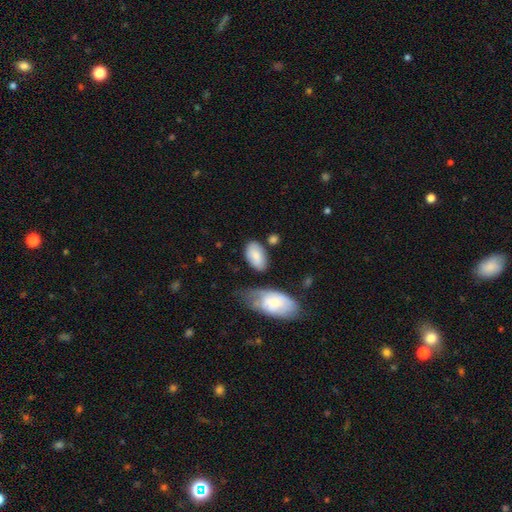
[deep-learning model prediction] smooth-or-featured: smooth: 80% | featured or disk: 14% | star or artifact: 6%
  how-rounded: in between: 93% | round: 5% | cigar-shaped: 2%
  merging: none: 61% | minor disturbance: 23% | merger: 9% | major disturbance: 7%